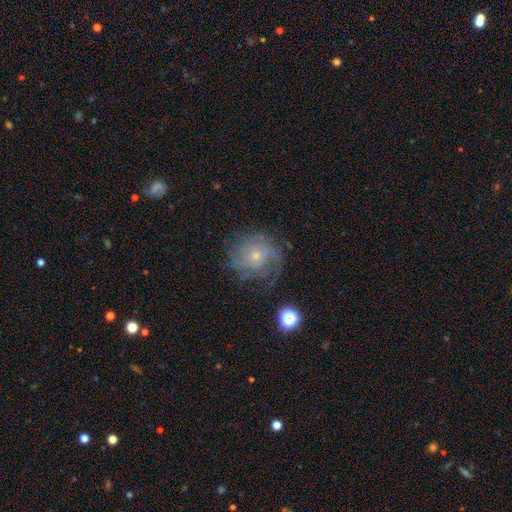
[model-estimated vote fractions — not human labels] This is likely a featured or disk galaxy (62%). It is clearly not viewed edge-on (97%). Bar: clearly no (84%). Spiral arm pattern: clearly yes (81%). Central bulge: likely small (74%). Merging: likely none (66%).